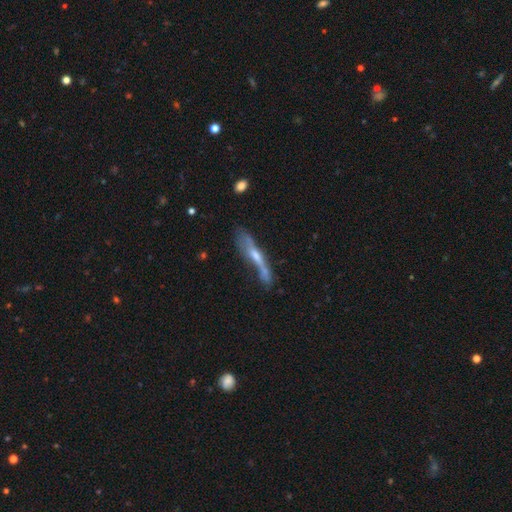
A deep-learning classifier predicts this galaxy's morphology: type=featured or disk (60%); edge-on=yes (83%); edge-on bulge=rounded (78%); merging=none (59%).